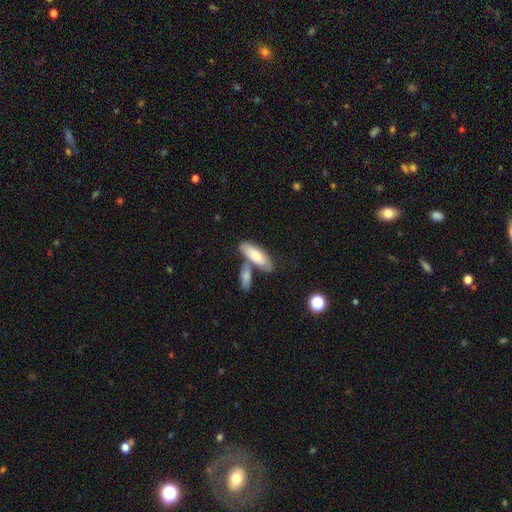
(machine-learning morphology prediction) Smooth or featured? Predicted: smooth (p=0.71). How rounded? Predicted: in between (p=0.70). Merging? Predicted: none (p=0.53).